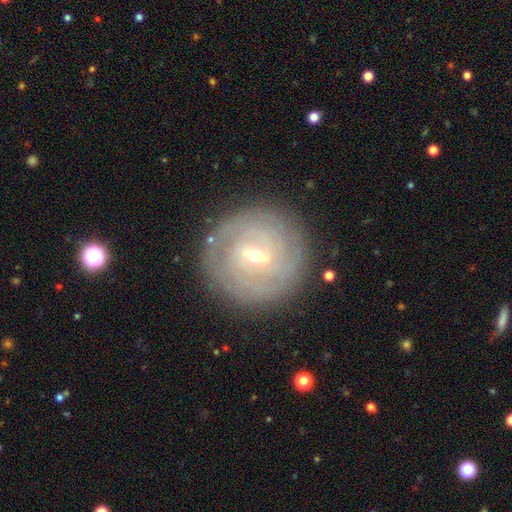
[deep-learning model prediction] Smooth or featured: featured or disk — 79% (smooth — 14%)
Edge-on disk: no — 96% (yes — 4%)
Bar: weak — 56% (strong — 27%)
Spiral arms: yes — 89% (no — 11%)
Spiral winding: tight — 83% (medium — 13%)
Spiral arm count: can't tell — 42% (2 — 20%)
Bulge size: moderate — 49% (small — 48%)
Merging: none — 86% (minor disturbance — 9%)